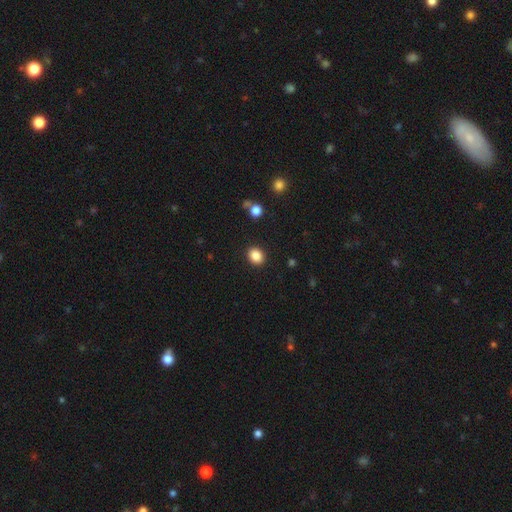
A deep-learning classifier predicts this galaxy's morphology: Overall: smooth (87%). How rounded: round (55%; in between 44%). Merging: none (90%).